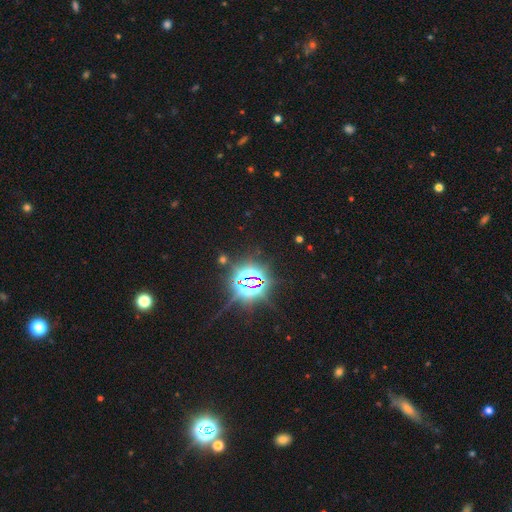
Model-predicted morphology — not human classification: smooth-or-featured: star or artifact: 83% | smooth: 11% | featured or disk: 6%